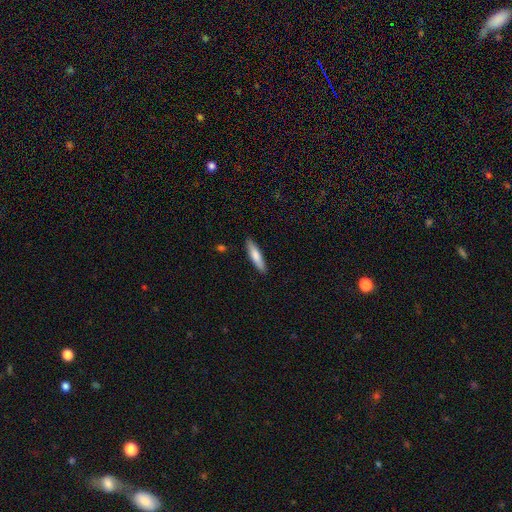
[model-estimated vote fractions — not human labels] This is likely a smooth galaxy (77%). How rounded: likely cigar-shaped (77%). Merging: clearly none (88%).